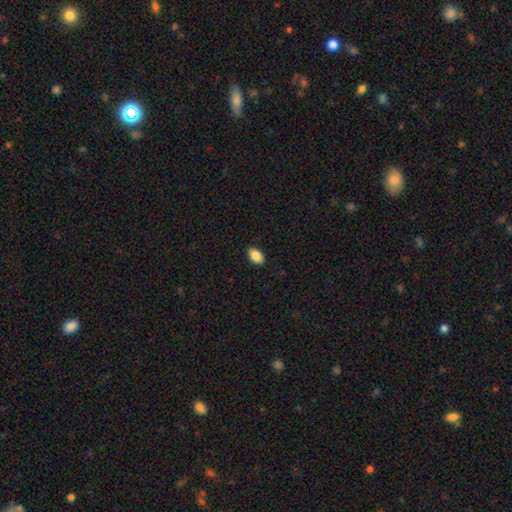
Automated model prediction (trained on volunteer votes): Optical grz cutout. It shows a smooth galaxy with no disk features (88%) that is in between round and cigar-shaped (92%). Merging: none (90%).